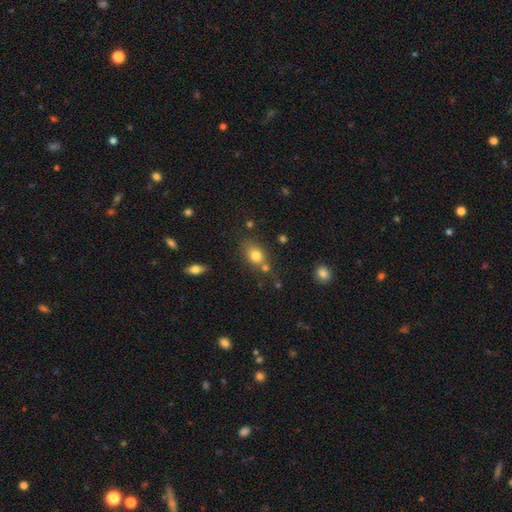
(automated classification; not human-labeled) Morphology: type=smooth (78%); roundness=in between (64%); merging=none (59%).